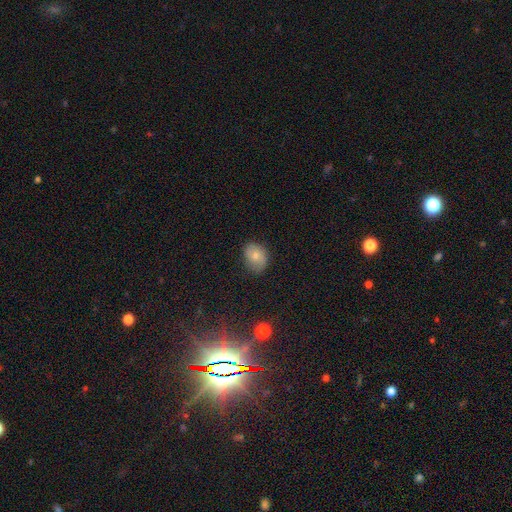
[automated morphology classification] Overall: smooth (69%). How rounded: in between (65%; round 34%). Merging: none (71%).